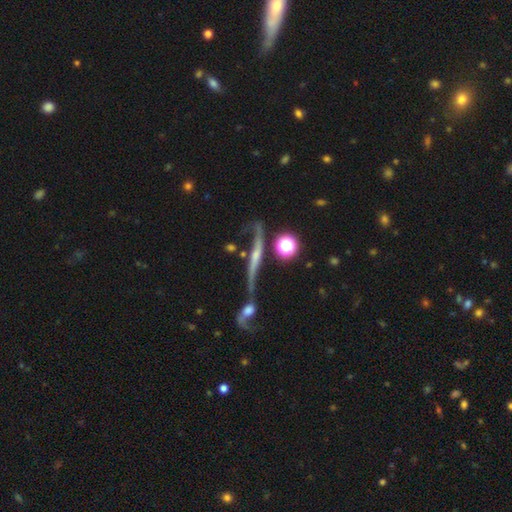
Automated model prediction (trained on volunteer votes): A featured or disk galaxy (73%) viewed edge-on (70%) with a rounded central bulge (60%).

Vote fractions:
- Smooth or featured? featured or disk: 73% / smooth: 15% / star or artifact: 12%
- Edge-on disk? yes: 70% / no: 30%
- Edge-on bulge? rounded: 60% / none: 30% / boxy: 10%
- Merging? none: 43% / merger: 27% / minor disturbance: 17% / major disturbance: 13%